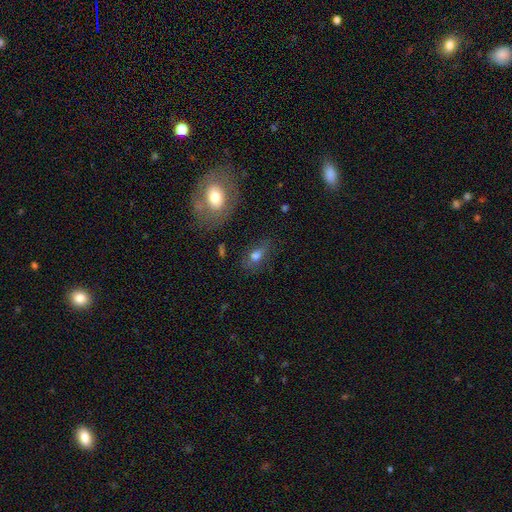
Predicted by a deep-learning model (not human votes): A smooth galaxy with no disk features (70%) that is in between round and cigar-shaped (77%).

Vote fractions:
- Smooth or featured? smooth: 70% / featured or disk: 17% / star or artifact: 13%
- How rounded? in between: 77% / round: 16% / cigar-shaped: 6%
- Merging? none: 61% / minor disturbance: 21% / major disturbance: 11% / merger: 6%